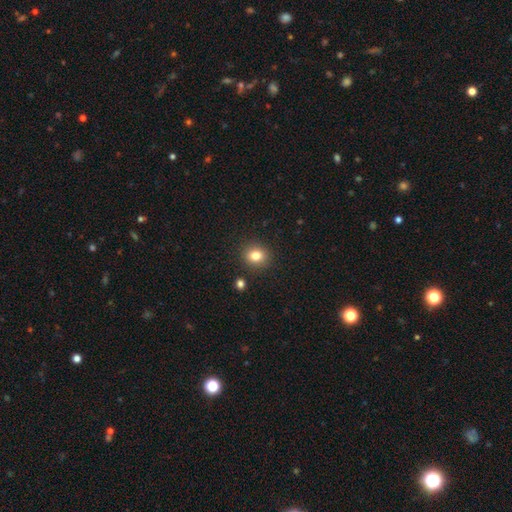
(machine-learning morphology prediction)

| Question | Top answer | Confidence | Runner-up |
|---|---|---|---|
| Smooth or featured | smooth | 81% | star or artifact (11%) |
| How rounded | round | 74% | in between (25%) |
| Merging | none | 88% | minor disturbance (7%) |